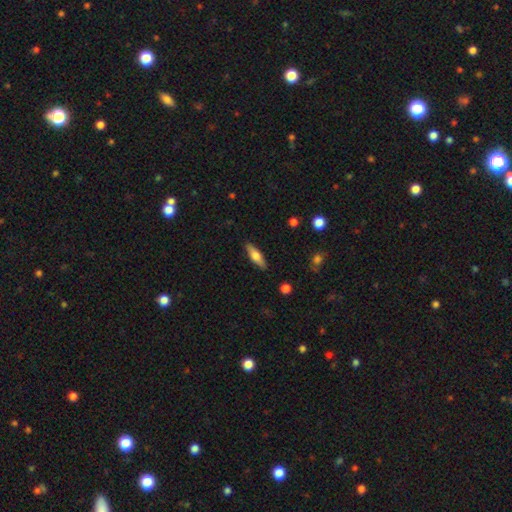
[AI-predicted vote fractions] The model was most divided on "how rounded": cigar-shaped: 53%, in between: 45%, round: 2%. More confident: merging — none (89%); smooth or featured — smooth (60%).